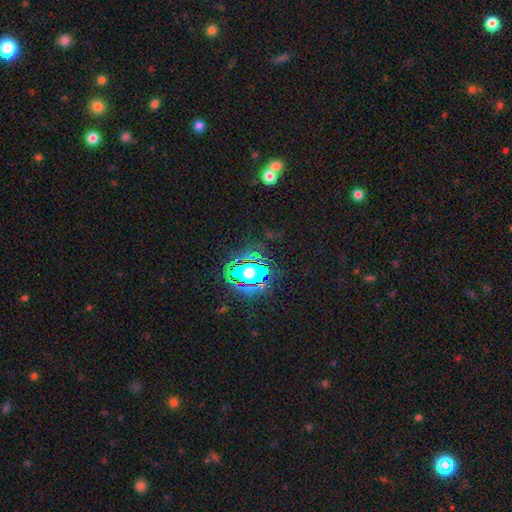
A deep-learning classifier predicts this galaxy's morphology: star or artifact 79%, smooth 14%, featured or disk 7%.